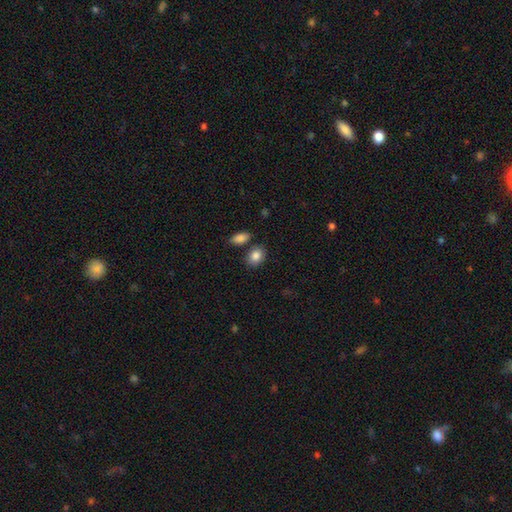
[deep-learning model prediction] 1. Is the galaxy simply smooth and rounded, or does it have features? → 87% smooth, 7% star or artifact, 6% featured or disk.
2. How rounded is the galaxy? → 75% in between, 23% round, 1% cigar-shaped.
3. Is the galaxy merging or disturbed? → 76% none, 12% minor disturbance, 9% merger, 3% major disturbance.